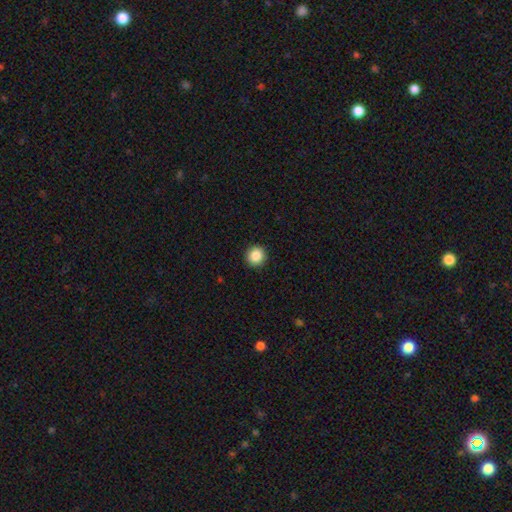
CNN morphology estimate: This is clearly a smooth galaxy (87%). How rounded: clearly round (94%). Merging: clearly none (93%).